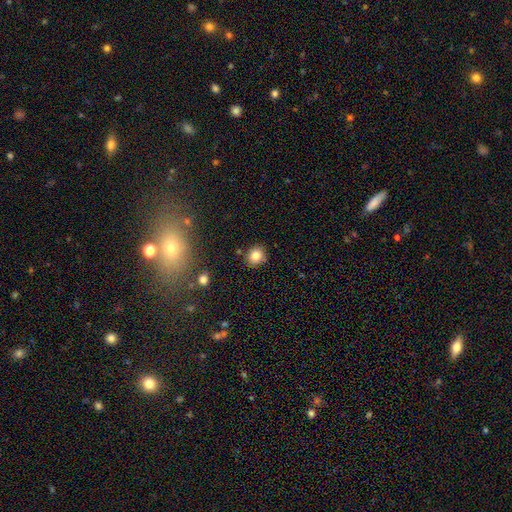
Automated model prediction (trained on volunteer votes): smooth-or-featured: smooth: 82% | star or artifact: 11% | featured or disk: 7%
  how-rounded: round: 84% | in between: 15% | cigar-shaped: 1%
  merging: none: 83% | minor disturbance: 10% | merger: 4% | major disturbance: 3%